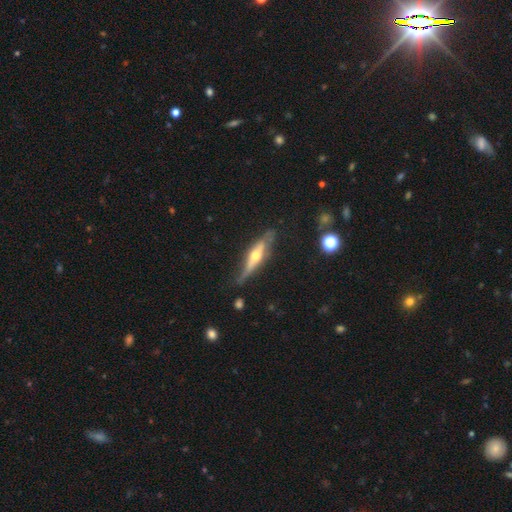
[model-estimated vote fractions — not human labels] A featured or disk galaxy (68%) viewed edge-on (88%) with a rounded central bulge (90%). Merging: none (69%).